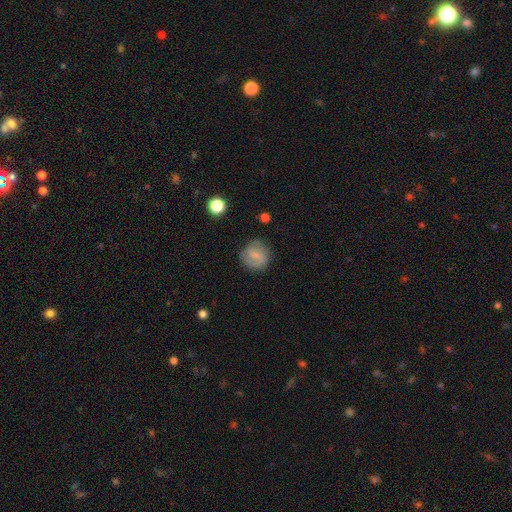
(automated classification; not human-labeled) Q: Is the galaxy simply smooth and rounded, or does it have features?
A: smooth — 54%.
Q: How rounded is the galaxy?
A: round — 84%.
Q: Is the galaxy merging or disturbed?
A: none — 74%.